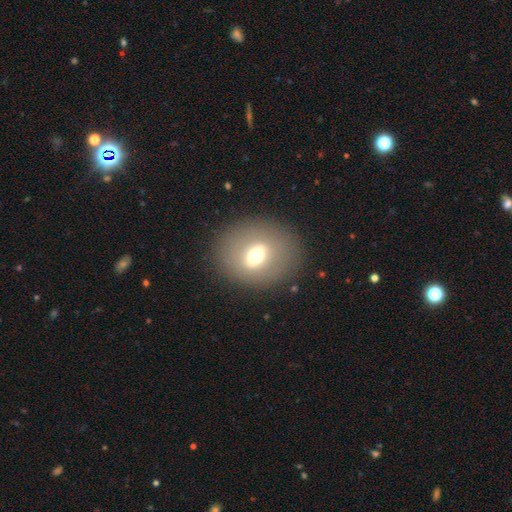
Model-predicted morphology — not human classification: The model was most divided on "smooth or featured": smooth: 50%, featured or disk: 39%, star or artifact: 11%. More confident: merging — none (85%); how rounded — round (63%).